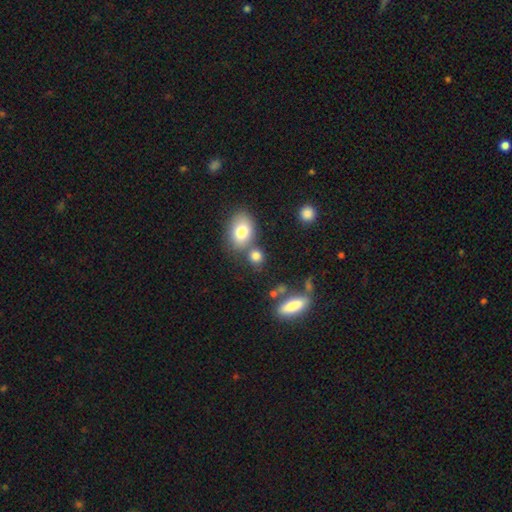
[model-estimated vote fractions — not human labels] Smooth or featured: smooth — 80% (star or artifact — 11%)
How rounded: round — 58% (in between — 40%)
Merging: none — 59% (merger — 25%)